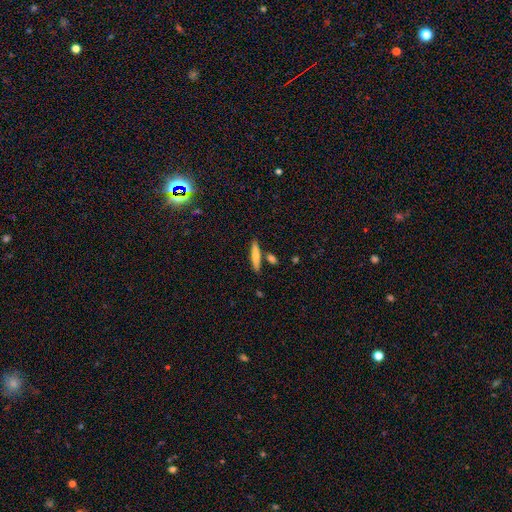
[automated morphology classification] smooth-or-featured: smooth: 66% | featured or disk: 28% | star or artifact: 6%
  how-rounded: cigar-shaped: 83% | in between: 15% | round: 2%
  merging: none: 79% | minor disturbance: 10% | merger: 8% | major disturbance: 2%